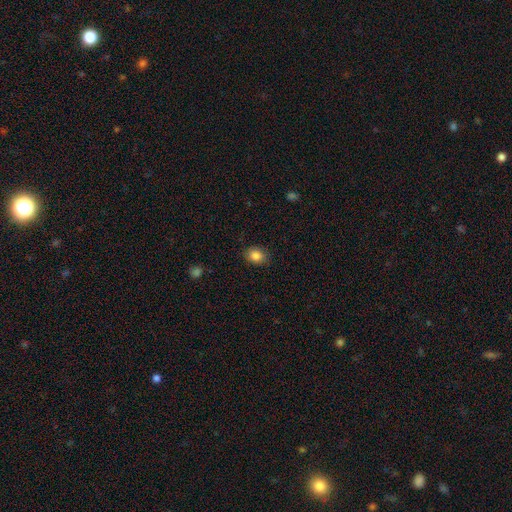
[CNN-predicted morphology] Smooth or featured? Predicted: smooth (p=0.85). How rounded? Predicted: in between (p=0.57). Merging? Predicted: none (p=0.85).